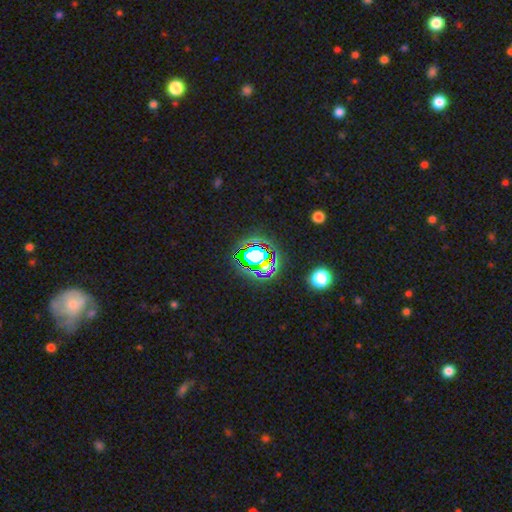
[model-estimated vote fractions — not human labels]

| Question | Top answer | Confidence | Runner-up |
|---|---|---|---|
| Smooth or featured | star or artifact | 65% | smooth (19%) |